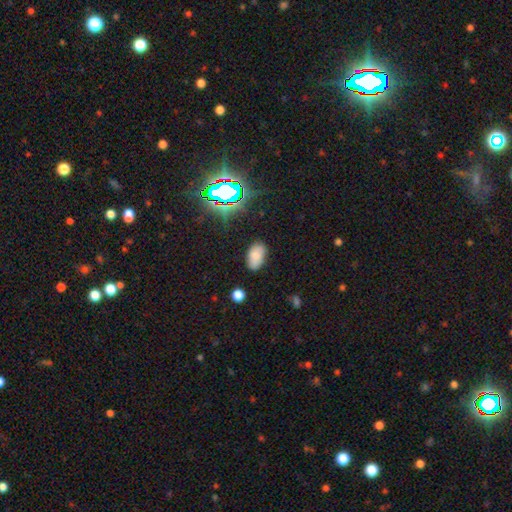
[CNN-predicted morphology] smooth-or-featured: smooth: 76% | star or artifact: 14% | featured or disk: 10%
  how-rounded: in between: 93% | round: 5% | cigar-shaped: 2%
  merging: none: 81% | minor disturbance: 14% | major disturbance: 3% | merger: 2%